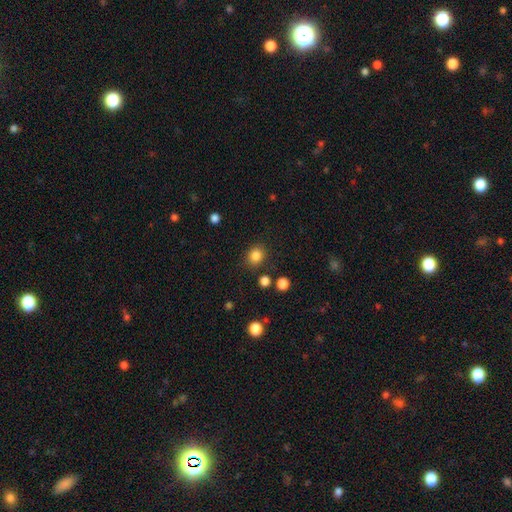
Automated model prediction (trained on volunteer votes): This appears to be a smooth galaxy with no disk features (84%) that is round (76%). Merging: none (85%).